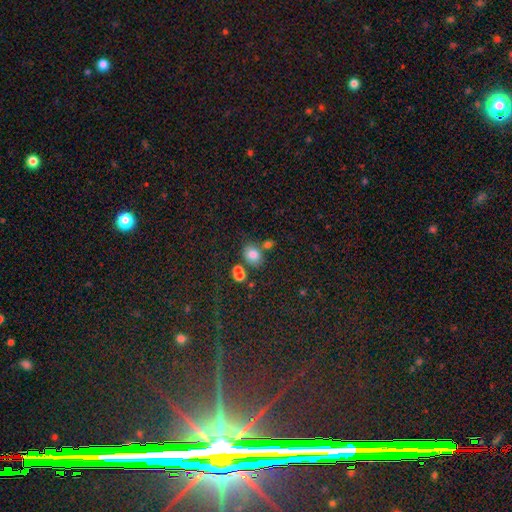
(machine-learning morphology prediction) smooth_or_featured: smooth (p=0.55) [alt: star or artifact p=0.35]
how_rounded: round (p=0.49) [alt: in between p=0.48]
merging: none (p=0.73) [alt: minor disturbance p=0.12]